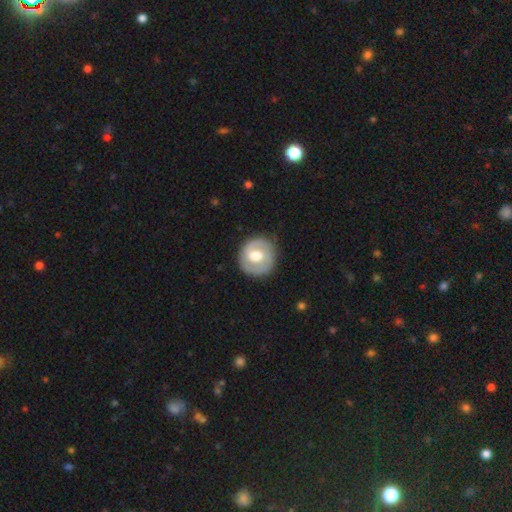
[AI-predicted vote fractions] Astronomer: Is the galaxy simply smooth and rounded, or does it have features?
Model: featured or disk — 48% (runner-up: smooth, 47%).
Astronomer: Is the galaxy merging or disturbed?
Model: none — 84%.